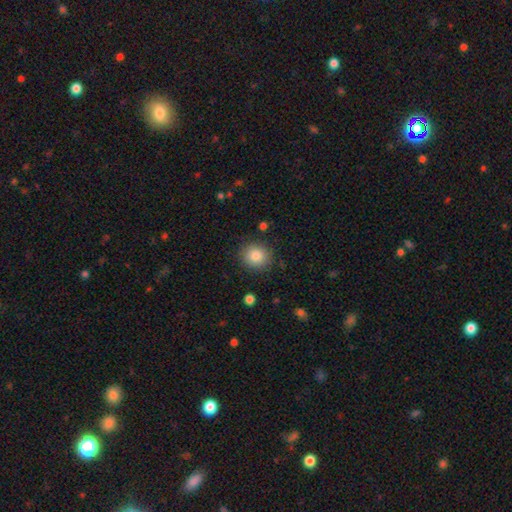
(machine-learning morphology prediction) smooth-or-featured: smooth: 86% | star or artifact: 9% | featured or disk: 5%
  how-rounded: round: 87% | in between: 13% | cigar-shaped: 1%
  merging: none: 87% | minor disturbance: 8% | major disturbance: 3% | merger: 1%